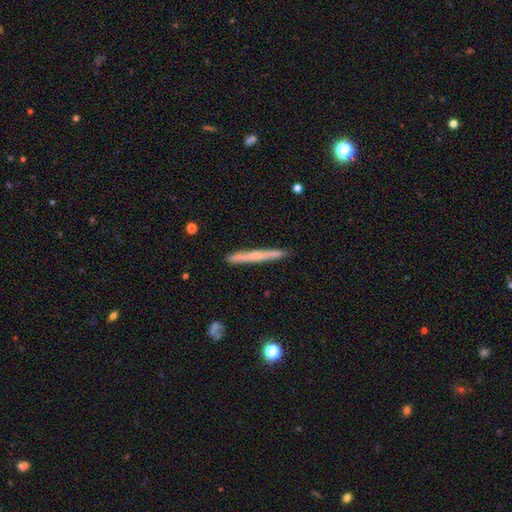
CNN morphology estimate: smooth 50%, featured or disk 44%, star or artifact 6%. Down the decision tree: merging — none (91%).